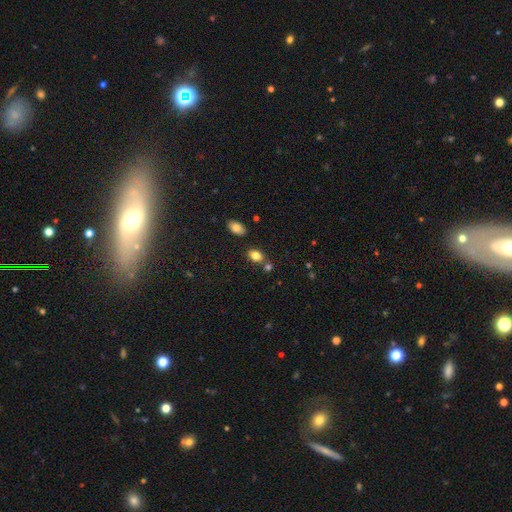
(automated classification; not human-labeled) Overall: smooth (82%). How rounded: in between (79%). Merging: none (67%).